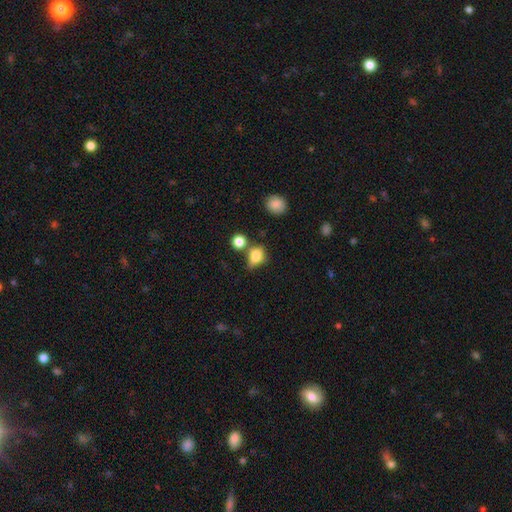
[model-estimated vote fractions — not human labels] smooth_or_featured: smooth (p=0.80) [alt: star or artifact p=0.11]
how_rounded: round (p=0.51) [alt: in between p=0.47]
merging: none (p=0.46) [alt: minor disturbance p=0.24]